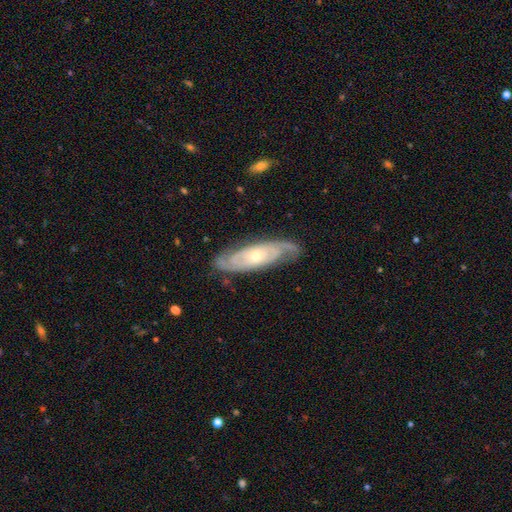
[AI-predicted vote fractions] Smooth or featured? Predicted: featured or disk (p=0.86). Edge-on disk? Predicted: no (p=0.86). Bar? Predicted: no (p=0.70). Spiral arms? Predicted: yes (p=0.96). Spiral winding? Predicted: tight (p=0.65). Spiral arm count? Predicted: 2 (p=0.63). Bulge size? Predicted: small (p=0.50). Merging? Predicted: none (p=0.80).